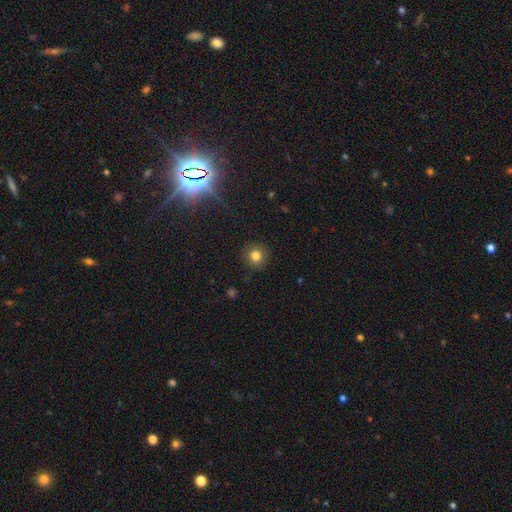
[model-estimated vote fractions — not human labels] This appears to be a smooth galaxy with no disk features (80%) that is round (93%). Merging: none (90%).